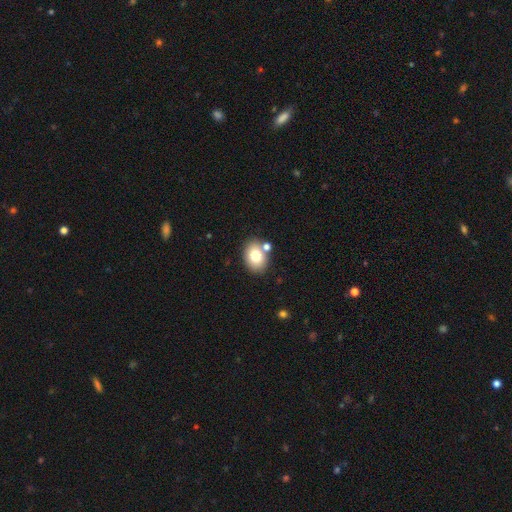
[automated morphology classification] Smooth or featured? smooth (77%)
How rounded? in between (66%)
Merging? none (73%)